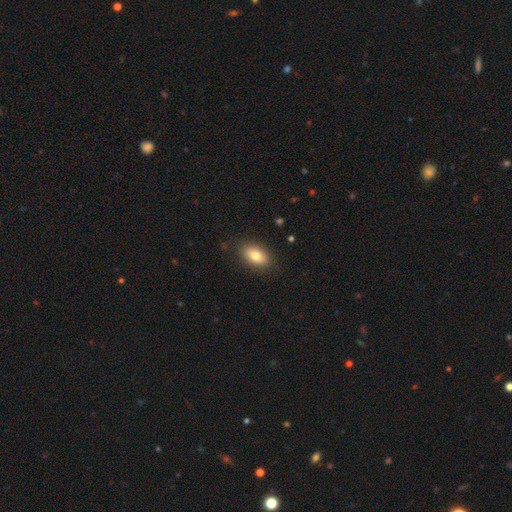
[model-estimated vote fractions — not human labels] The model was most divided on "smooth or featured": smooth: 80%, featured or disk: 12%, star or artifact: 8%. More confident: how rounded — in between (90%); merging — none (86%).